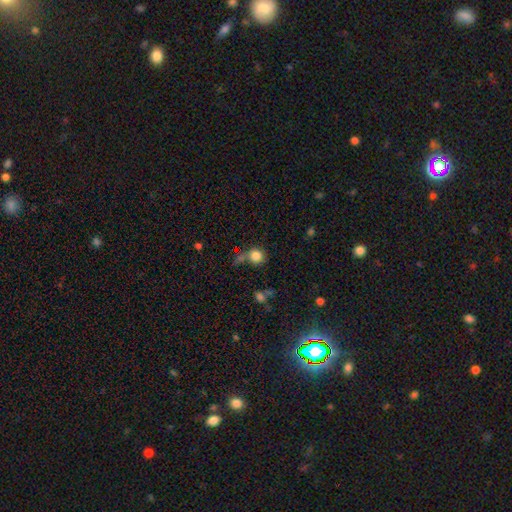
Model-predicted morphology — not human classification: The model was most divided on "merging": none: 56%, merger: 17%, minor disturbance: 17%, major disturbance: 11%. More confident: how rounded — round (87%); smooth or featured — smooth (82%).